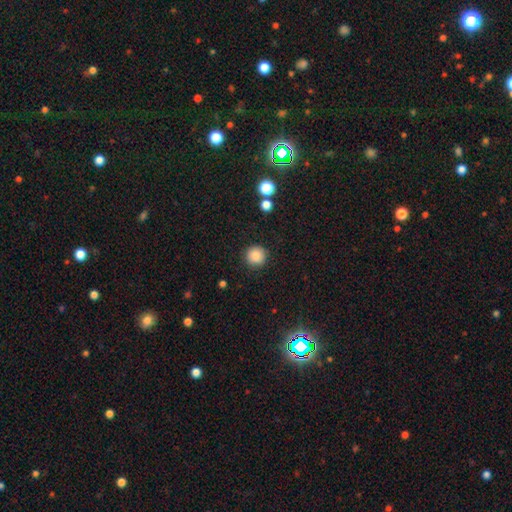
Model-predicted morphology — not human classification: Smooth or featured? Predicted: smooth (p=0.86). How rounded? Predicted: round (p=0.95). Merging? Predicted: none (p=0.91).